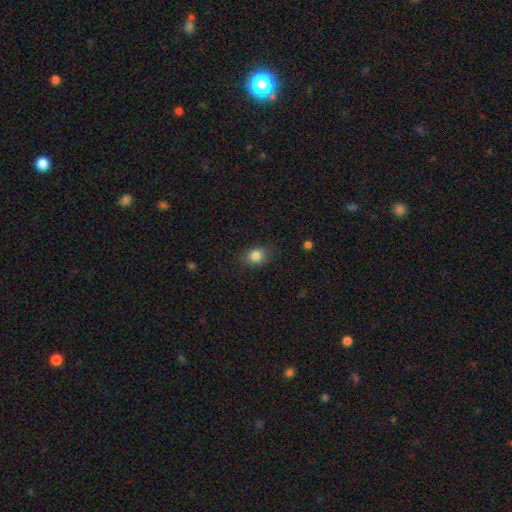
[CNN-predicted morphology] Smooth or featured? smooth (83%)
How rounded? in between (52%)
Merging? none (82%)